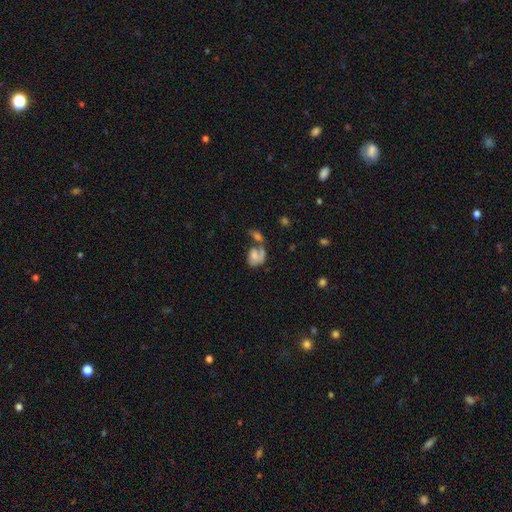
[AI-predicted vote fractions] A smooth galaxy with no disk features (56%) that is in between round and cigar-shaped (72%).

Vote fractions:
- Smooth or featured? smooth: 56% / featured or disk: 33% / star or artifact: 10%
- How rounded? in between: 72% / round: 26% / cigar-shaped: 2%
- Merging? merger: 47% / none: 22% / major disturbance: 19% / minor disturbance: 12%